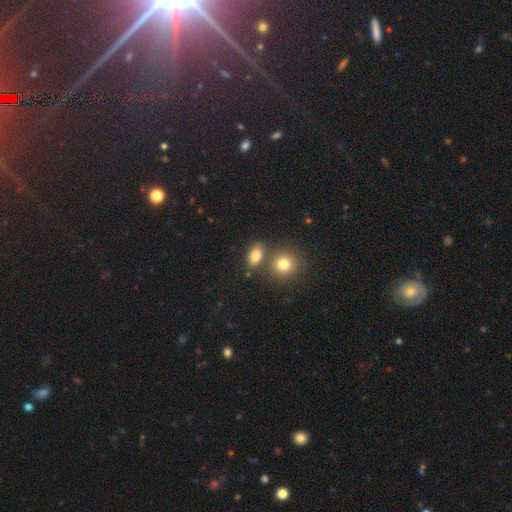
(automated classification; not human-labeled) Q: Smooth or featured?
A: smooth (80%); runner-up: star or artifact (11%)
Q: How rounded?
A: in between (77%); runner-up: round (20%)
Q: Merging?
A: none (66%); runner-up: merger (20%)